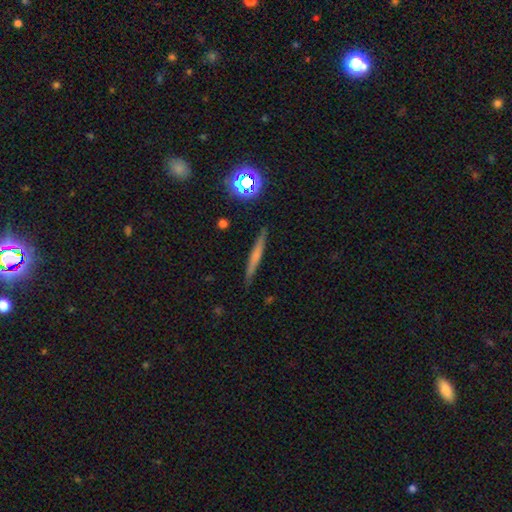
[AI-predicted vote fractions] Q: Smooth or featured?
A: smooth (53%); runner-up: featured or disk (36%)
Q: How rounded?
A: cigar-shaped (93%); runner-up: in between (4%)
Q: Merging?
A: none (87%); runner-up: minor disturbance (9%)